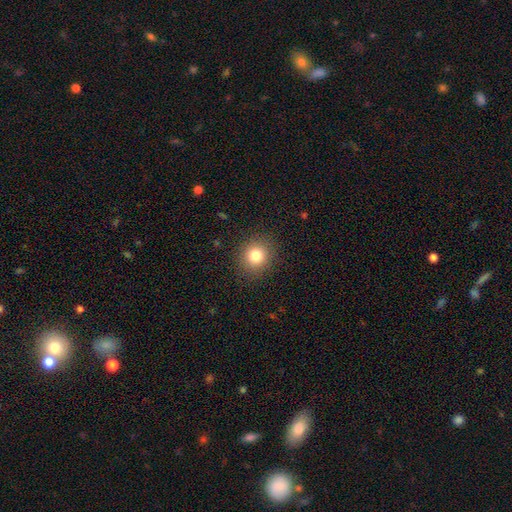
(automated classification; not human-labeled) Smooth or featured?
  - smooth: 81% *
  - star or artifact: 12%
  - featured or disk: 7%
How rounded?
  - round: 82% *
  - in between: 17%
  - cigar-shaped: 1%
Merging?
  - none: 89% *
  - minor disturbance: 8%
  - major disturbance: 3%
  - merger: 1%